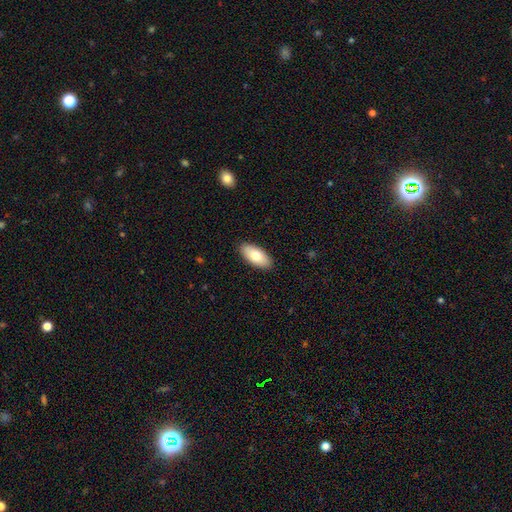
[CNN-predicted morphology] Smooth or featured? Predicted: smooth (p=0.76). How rounded? Predicted: in between (p=0.92). Merging? Predicted: none (p=0.89).